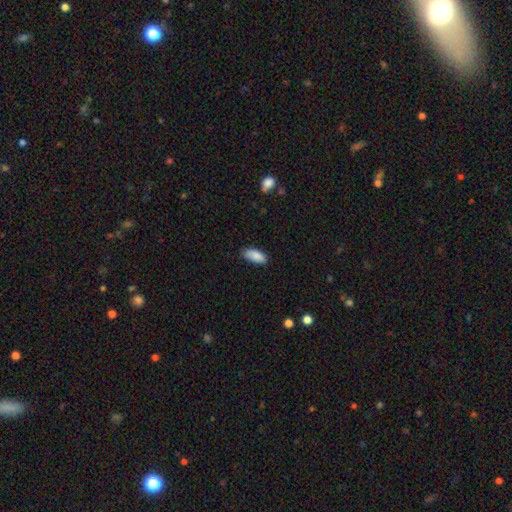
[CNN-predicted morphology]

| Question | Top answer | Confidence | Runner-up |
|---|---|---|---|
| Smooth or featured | smooth | 88% | star or artifact (7%) |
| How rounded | in between | 88% | cigar-shaped (10%) |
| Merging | none | 78% | minor disturbance (18%) |